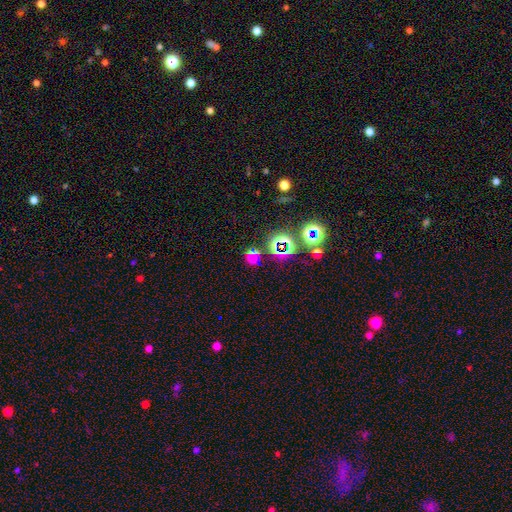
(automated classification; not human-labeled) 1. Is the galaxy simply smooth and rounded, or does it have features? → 60% star or artifact, 32% smooth, 8% featured or disk.